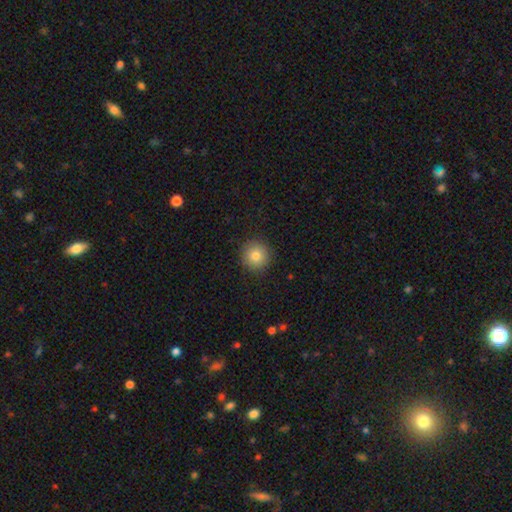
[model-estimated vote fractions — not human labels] The model was most divided on "smooth or featured": smooth: 81%, star or artifact: 10%, featured or disk: 8%. More confident: how rounded — round (95%); merging — none (91%).